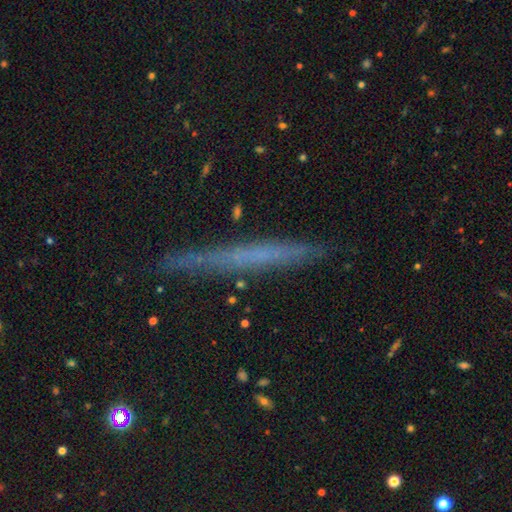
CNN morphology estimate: Smooth or featured: featured or disk — 48% (smooth — 42%)
Merging: none — 84% (minor disturbance — 11%)